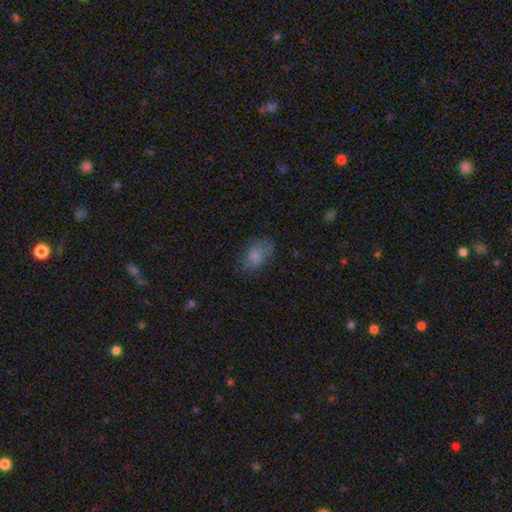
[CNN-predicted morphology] Q: Smooth or featured?
A: smooth (73%); runner-up: featured or disk (17%)
Q: How rounded?
A: in between (76%); runner-up: round (22%)
Q: Merging?
A: none (56%); runner-up: minor disturbance (26%)